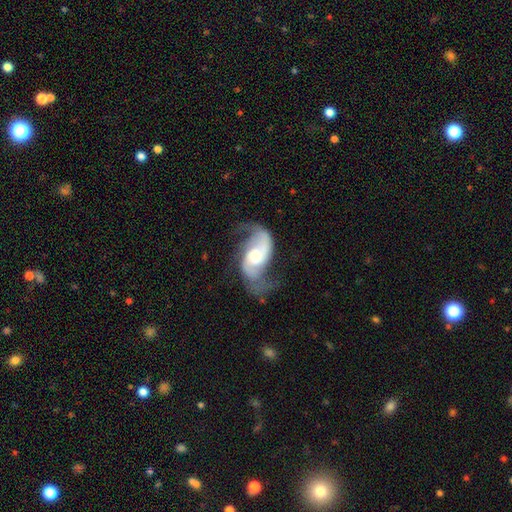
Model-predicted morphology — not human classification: A featured or disk galaxy (88%) with no bar (45%), 2 (92%) loose (53%) spiral arms (97%) and a moderate central bulge (35%).

Vote fractions:
- Smooth or featured? featured or disk: 88% / smooth: 7% / star or artifact: 5%
- Edge-on disk? no: 97% / yes: 3%
- Bar? no: 45% / weak: 40% / strong: 15%
- Spiral arms? yes: 97% / no: 3%
- Spiral winding? loose: 53% / medium: 38% / tight: 9%
- Spiral arm count? 2: 92% / can't tell: 2% / 1: 2% / 3: 1% / 4: 1% / more than 4: 1%
- Bulge size? moderate: 35% / large: 30% / small: 18% / none: 12% / dominant: 4%
- Merging? none: 59% / minor disturbance: 20% / major disturbance: 18% / merger: 2%